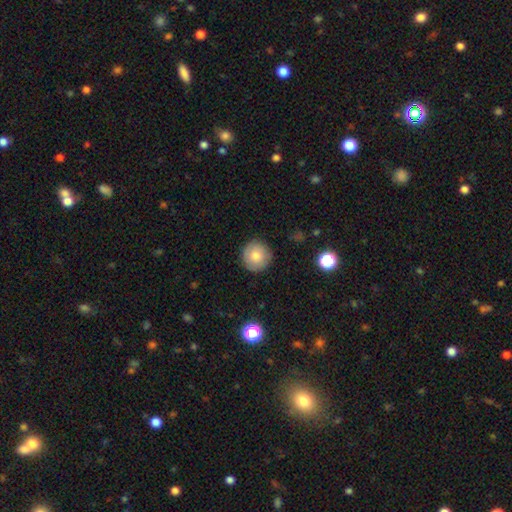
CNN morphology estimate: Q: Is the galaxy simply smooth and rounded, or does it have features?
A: smooth — 80%.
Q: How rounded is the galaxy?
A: round — 95%.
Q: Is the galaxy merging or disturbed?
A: none — 89%.